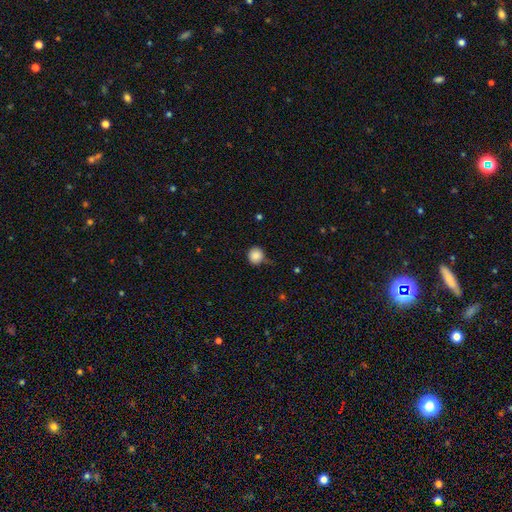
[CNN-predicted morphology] smooth-or-featured: smooth: 87% | star or artifact: 9% | featured or disk: 4%
  how-rounded: round: 94% | in between: 5% | cigar-shaped: 1%
  merging: none: 76% | minor disturbance: 18% | major disturbance: 4% | merger: 3%